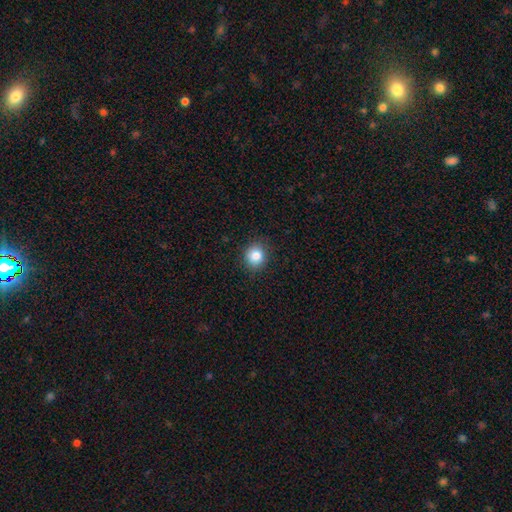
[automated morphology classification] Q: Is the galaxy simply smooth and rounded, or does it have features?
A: smooth — 84%.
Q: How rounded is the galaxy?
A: round — 81%.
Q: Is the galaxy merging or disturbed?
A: none — 88%.